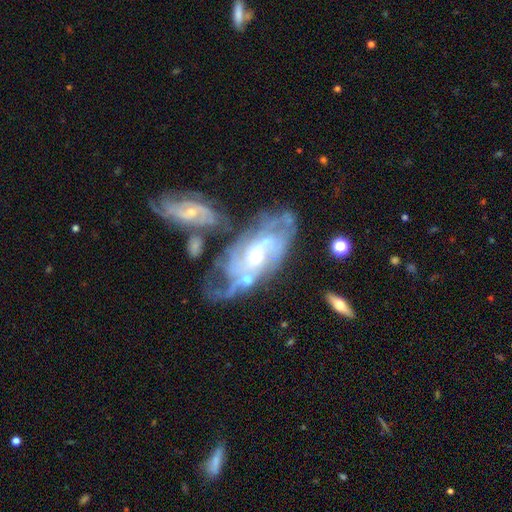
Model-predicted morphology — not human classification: smooth-or-featured: featured or disk: 84% | smooth: 10% | star or artifact: 6%
  disk-edge-on: no: 94% | yes: 6%
    bar: no: 57% | weak: 33% | strong: 10%
    has-spiral-arms: yes: 90% | no: 10%
      spiral-winding: tight: 45% | medium: 39% | loose: 16%
      spiral-arm-count: can't tell: 41% | 2: 27% | 3: 15% | 4: 7% | 1: 5% | more than 4: 4%
    bulge-size: moderate: 51% | small: 42% | large: 4% | none: 2% | dominant: 1%
  merging: none: 39% | merger: 26% | minor disturbance: 19% | major disturbance: 16%